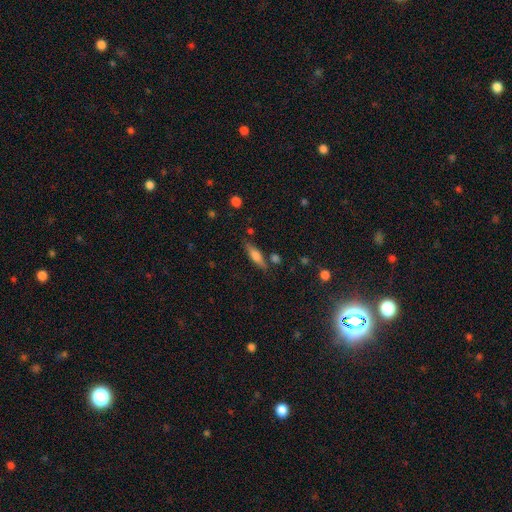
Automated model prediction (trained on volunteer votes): Overall: smooth (59%; featured or disk 33%). How rounded: cigar-shaped (64%; in between 33%). Merging: none (75%).